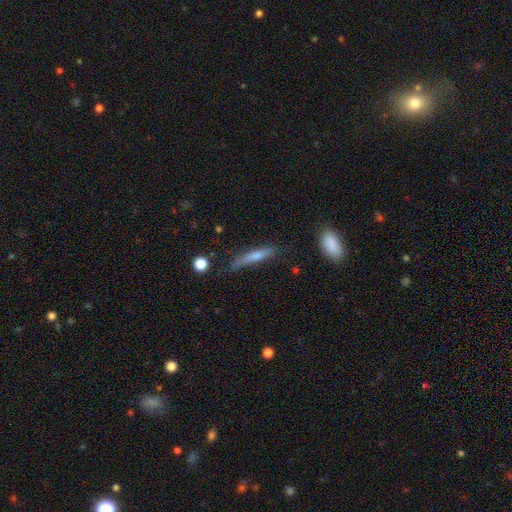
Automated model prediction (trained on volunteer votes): The model was most divided on "smooth or featured": smooth: 57%, featured or disk: 35%, star or artifact: 8%. More confident: how rounded — cigar-shaped (89%); merging — none (70%).